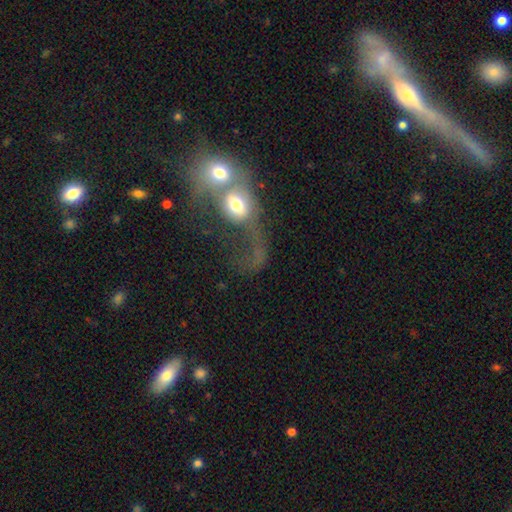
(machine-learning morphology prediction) A smooth galaxy with no disk features (50%) that is round (54%). Merging: merger (72%).